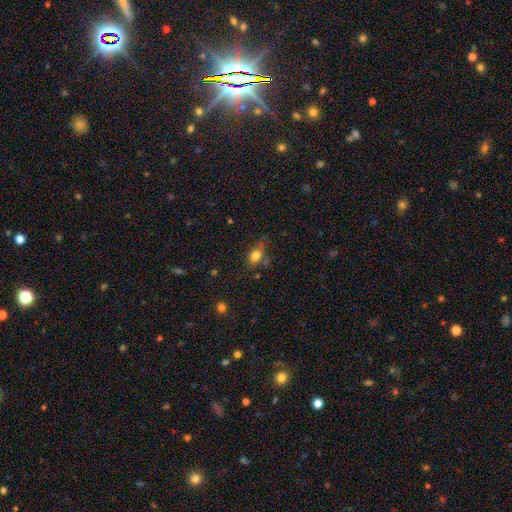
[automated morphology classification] A smooth galaxy with no disk features (79%) that is in between round and cigar-shaped (74%). Merging: none (53%).